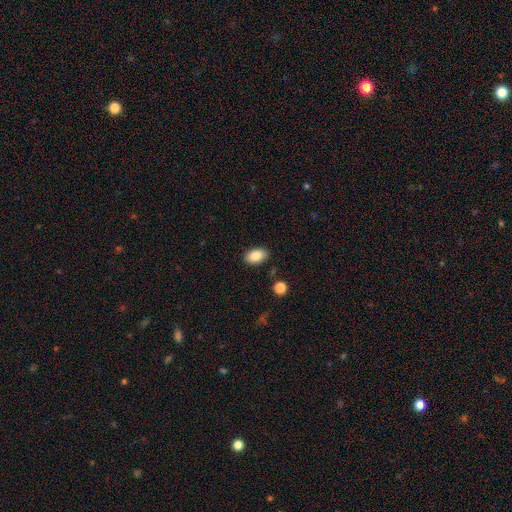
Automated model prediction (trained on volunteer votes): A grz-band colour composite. It shows a smooth galaxy with no disk features (87%) that is in between round and cigar-shaped (92%). Merging: none (86%).